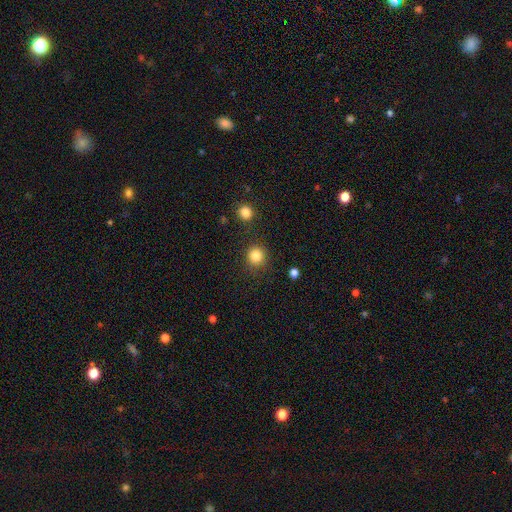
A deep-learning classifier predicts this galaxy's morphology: Smooth or featured? Predicted: smooth (p=0.84). How rounded? Predicted: round (p=0.91). Merging? Predicted: none (p=0.87).